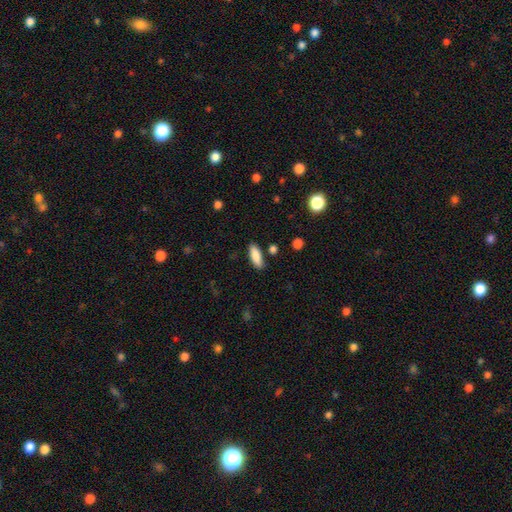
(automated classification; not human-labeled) This appears to be a smooth galaxy with no disk features (86%) that is in between round and cigar-shaped (67%). Merging: none (84%).